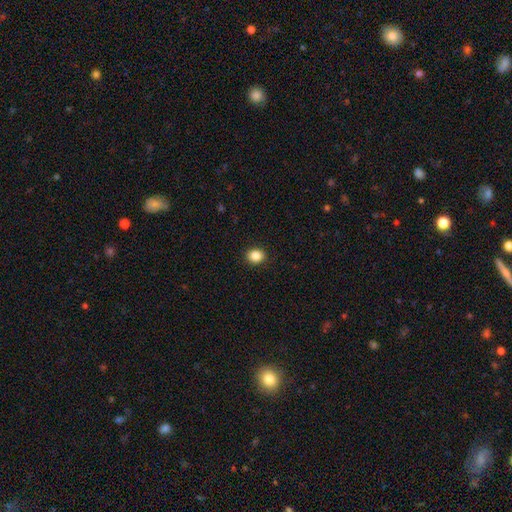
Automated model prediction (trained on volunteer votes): This appears to be a smooth galaxy with no disk features (87%) that is round (64%). Merging: none (91%).